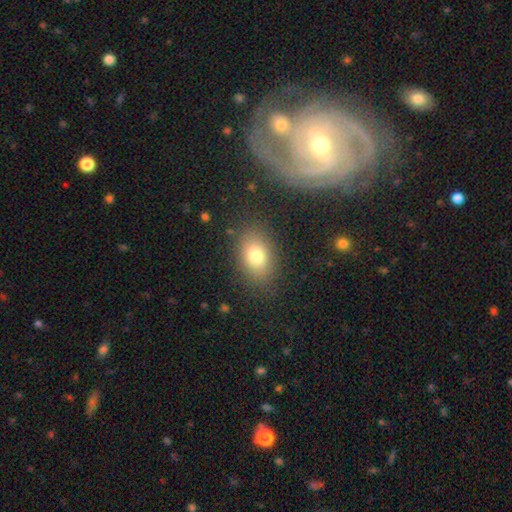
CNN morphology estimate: This appears to be a smooth galaxy with no disk features (78%) that is in between round and cigar-shaped (77%). Merging: none (84%).